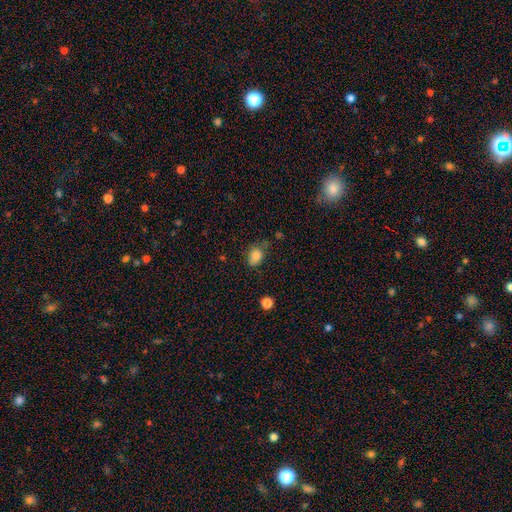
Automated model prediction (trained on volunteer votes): Smooth or featured? Predicted: smooth (p=0.83). How rounded? Predicted: in between (p=0.64). Merging? Predicted: none (p=0.55).